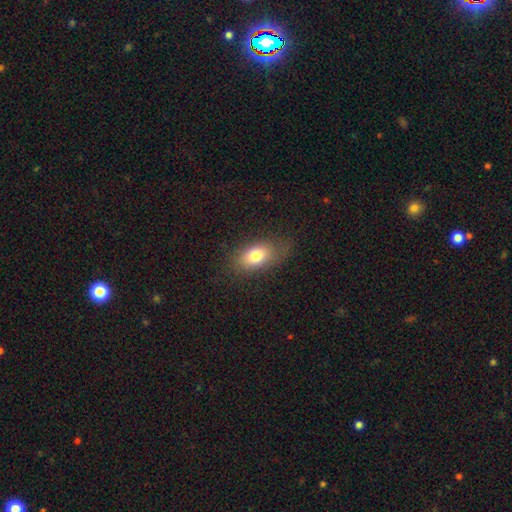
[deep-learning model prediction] Morphology: type=smooth (78%); roundness=in between (85%); merging=none (75%).